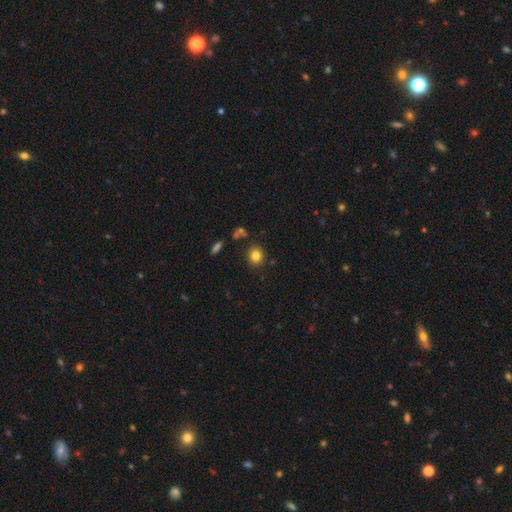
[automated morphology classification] Smooth or featured? smooth (82%)
How rounded? round (70%)
Merging? none (84%)